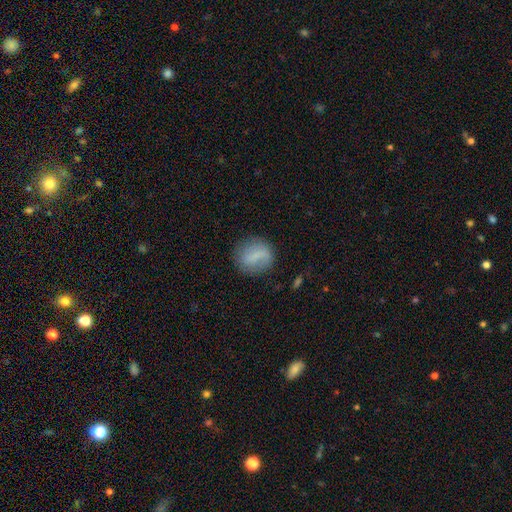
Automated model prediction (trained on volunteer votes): A smooth galaxy with no disk features (65%) that is round (72%).

Vote fractions:
- Smooth or featured? smooth: 65% / featured or disk: 27% / star or artifact: 8%
- How rounded? round: 72% / in between: 26% / cigar-shaped: 2%
- Merging? none: 77% / minor disturbance: 15% / major disturbance: 6% / merger: 2%